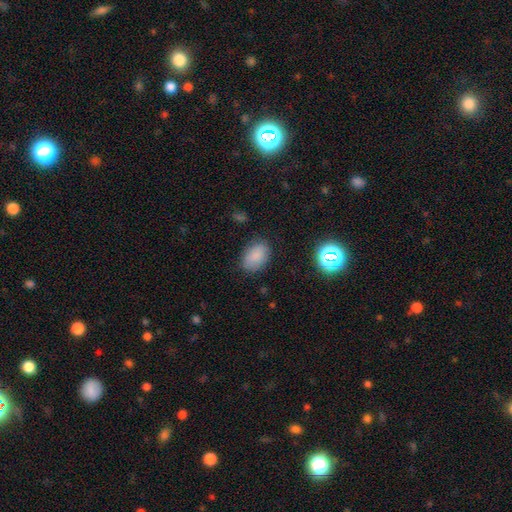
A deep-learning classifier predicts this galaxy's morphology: type=smooth (85%); roundness=in between (85%); merging=none (81%).